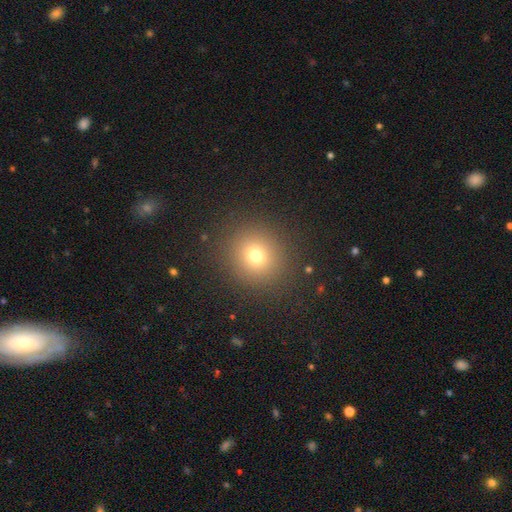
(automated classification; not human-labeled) smooth-or-featured: smooth: 73% | star or artifact: 17% | featured or disk: 10%
  how-rounded: round: 89% | in between: 10% | cigar-shaped: 1%
  merging: none: 89% | minor disturbance: 6% | major disturbance: 4% | merger: 1%